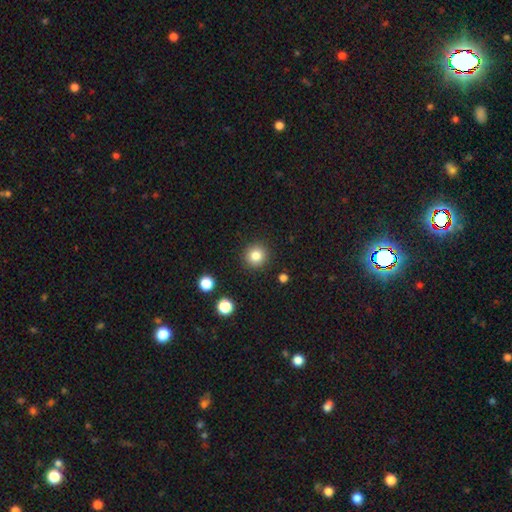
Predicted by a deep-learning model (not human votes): Smooth or featured? Predicted: smooth (p=0.83). How rounded? Predicted: round (p=0.93). Merging? Predicted: none (p=0.90).